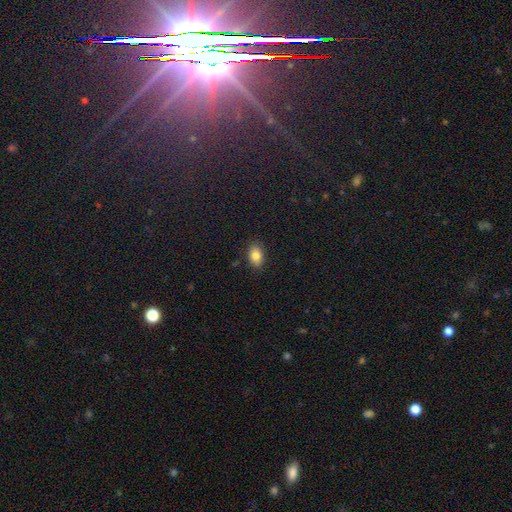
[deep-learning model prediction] Smooth or featured: smooth — 82% (featured or disk — 9%)
How rounded: in between — 84% (round — 14%)
Merging: none — 87% (minor disturbance — 10%)